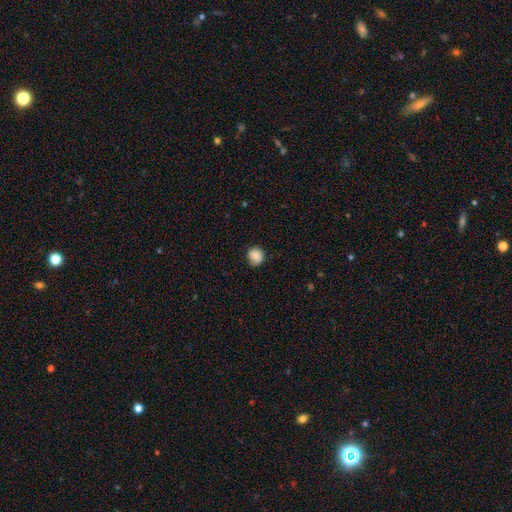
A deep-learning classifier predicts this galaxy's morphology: type=smooth (85%); roundness=round (81%); merging=none (74%).